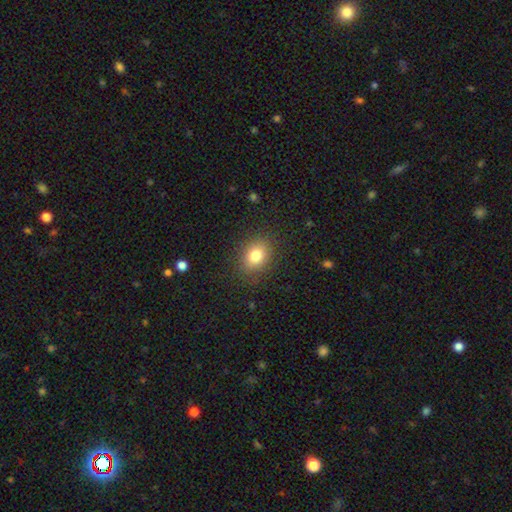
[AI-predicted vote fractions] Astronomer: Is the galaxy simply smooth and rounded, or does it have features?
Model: smooth — 80%.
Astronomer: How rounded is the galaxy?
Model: in between — 58% (runner-up: round, 41%).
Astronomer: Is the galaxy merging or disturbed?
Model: none — 85%.